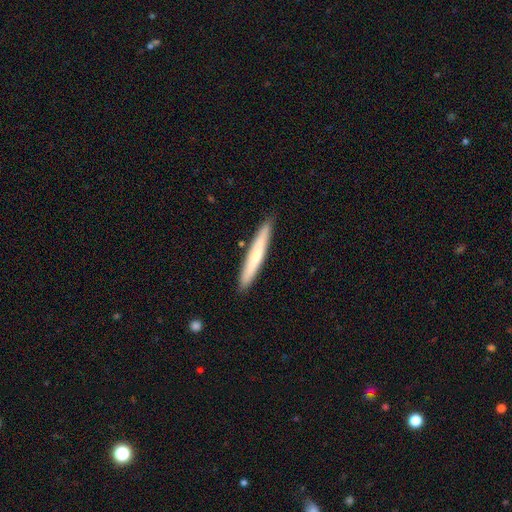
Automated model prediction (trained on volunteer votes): Overall: smooth (60%; featured or disk 35%). How rounded: cigar-shaped (95%). Merging: none (90%).